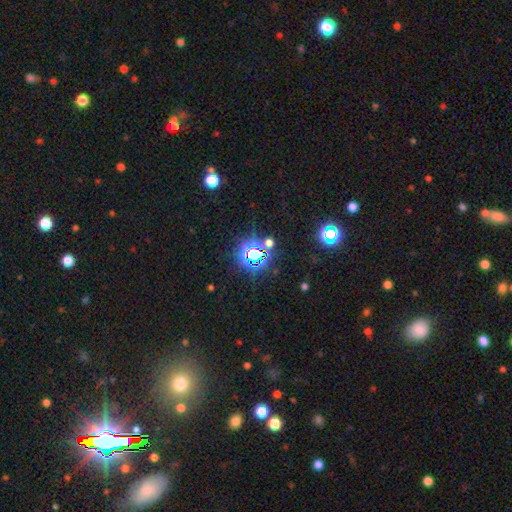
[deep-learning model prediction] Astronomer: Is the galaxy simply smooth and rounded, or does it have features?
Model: star or artifact — 77%.